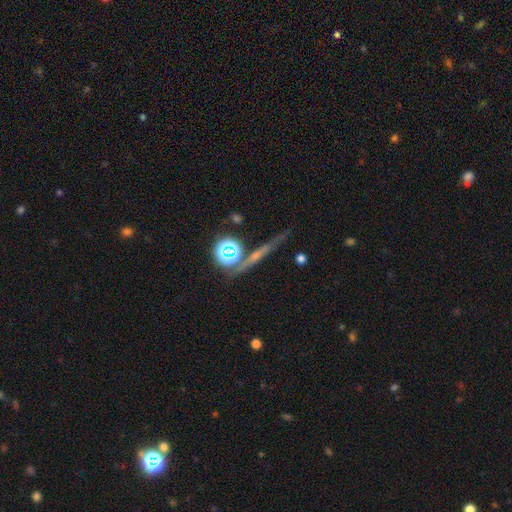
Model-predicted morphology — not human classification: This appears to be a star or artifact, not a galaxy (40%).